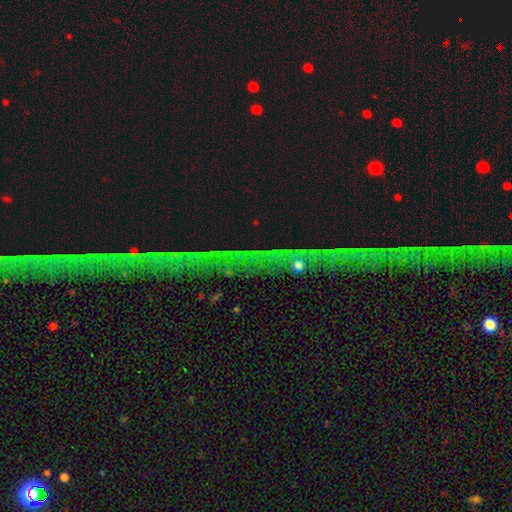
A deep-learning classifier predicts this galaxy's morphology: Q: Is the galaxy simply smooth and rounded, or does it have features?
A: star or artifact — 86%.